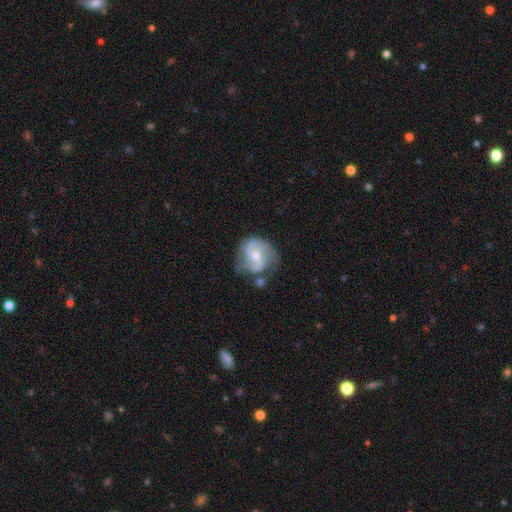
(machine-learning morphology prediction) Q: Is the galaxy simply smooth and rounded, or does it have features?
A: featured or disk — 77%.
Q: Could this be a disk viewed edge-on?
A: no — 98%.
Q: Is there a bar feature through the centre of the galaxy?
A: weak — 45%.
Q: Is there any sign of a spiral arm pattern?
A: yes — 92%.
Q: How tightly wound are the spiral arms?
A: medium — 48%.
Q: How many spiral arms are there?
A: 2 — 78%.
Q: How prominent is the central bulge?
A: moderate — 50%.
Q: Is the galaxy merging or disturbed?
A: none — 58%.